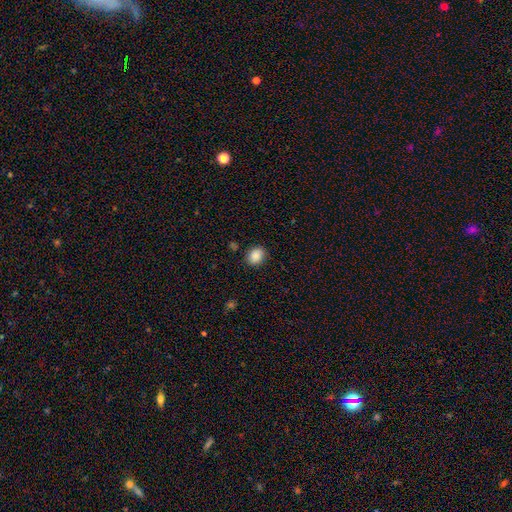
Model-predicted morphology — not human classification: smooth_or_featured: smooth (p=0.88) [alt: star or artifact p=0.09]
how_rounded: round (p=0.55) [alt: in between p=0.44]
merging: none (p=0.87) [alt: minor disturbance p=0.09]